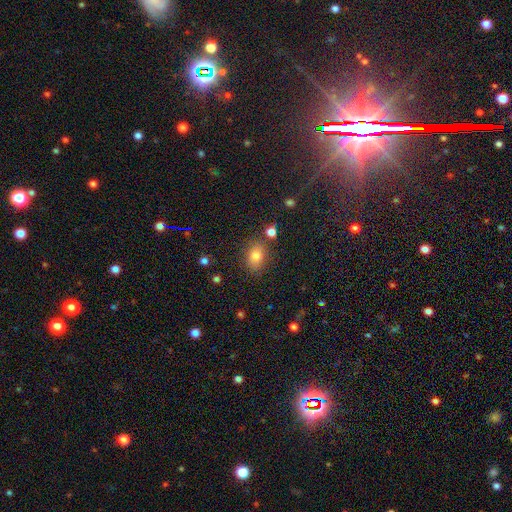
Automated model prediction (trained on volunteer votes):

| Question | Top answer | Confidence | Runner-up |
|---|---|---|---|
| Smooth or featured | smooth | 80% | star or artifact (12%) |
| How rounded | in between | 79% | round (19%) |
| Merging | none | 77% | minor disturbance (14%) |